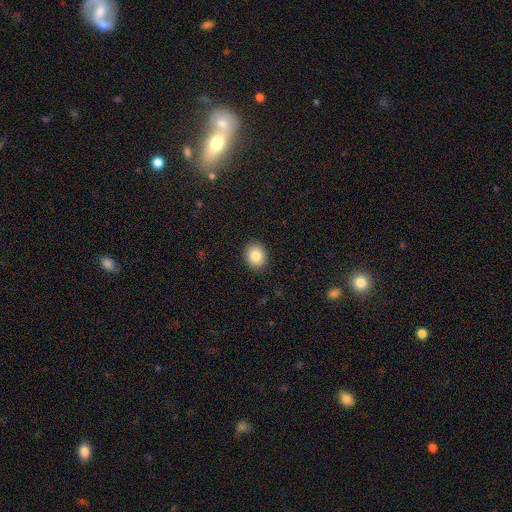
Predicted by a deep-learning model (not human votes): smooth-or-featured: smooth: 84% | star or artifact: 9% | featured or disk: 7%
  how-rounded: round: 60% | in between: 39% | cigar-shaped: 1%
  merging: none: 91% | minor disturbance: 6% | major disturbance: 2% | merger: 1%